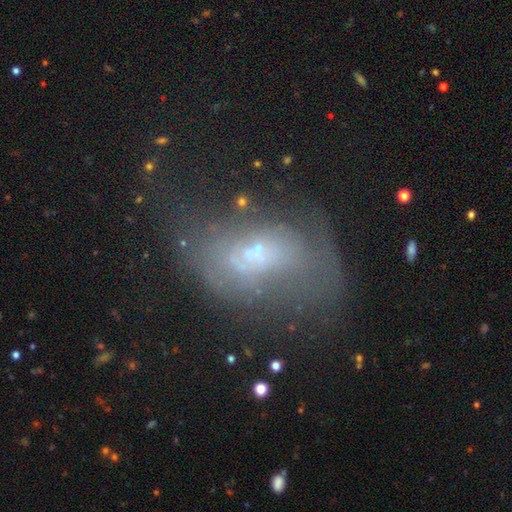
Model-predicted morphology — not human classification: smooth-or-featured: featured or disk: 48% | smooth: 36% | star or artifact: 16%
  merging: major disturbance: 40% | none: 30% | minor disturbance: 22% | merger: 9%